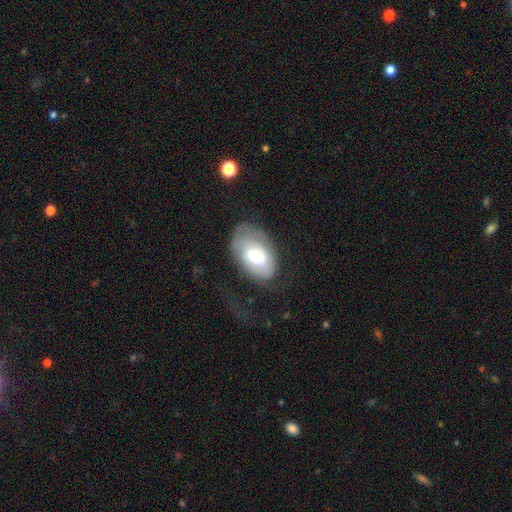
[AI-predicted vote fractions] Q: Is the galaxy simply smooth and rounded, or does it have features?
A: smooth — 57%.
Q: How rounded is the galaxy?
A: in between — 88%.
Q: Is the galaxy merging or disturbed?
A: none — 51%.